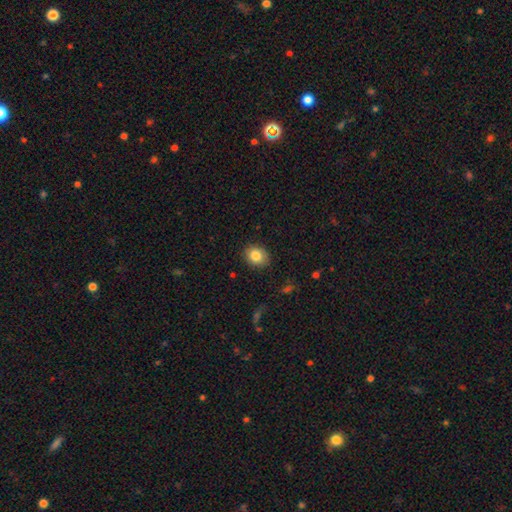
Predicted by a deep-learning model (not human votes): smooth_or_featured: smooth (p=0.84) [alt: star or artifact p=0.09]
how_rounded: round (p=0.53) [alt: in between p=0.46]
merging: none (p=0.87) [alt: minor disturbance p=0.10]